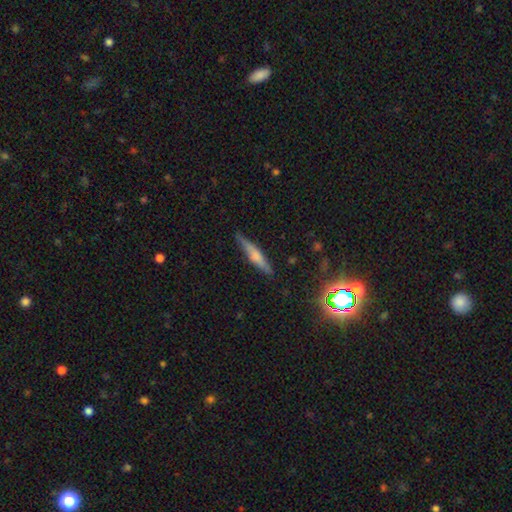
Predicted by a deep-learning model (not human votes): This appears to be a smooth galaxy with no disk features (47%). Merging: none (82%).